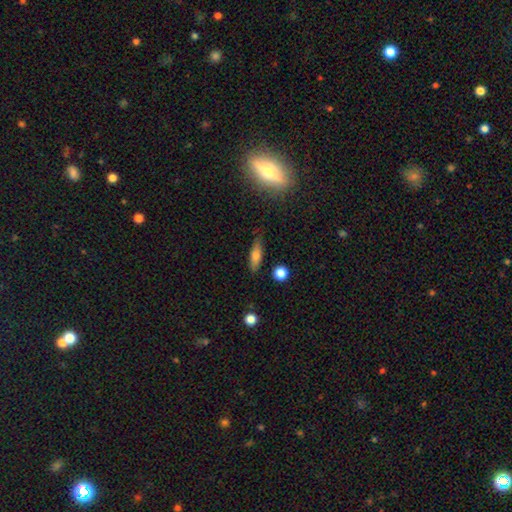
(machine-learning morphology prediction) Overall: smooth (71%). How rounded: cigar-shaped (53%; in between 43%). Merging: none (80%).